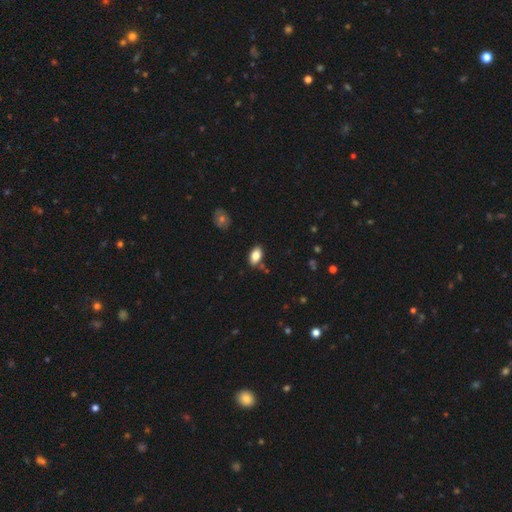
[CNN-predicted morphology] Smooth or featured?
  - smooth: 84% *
  - featured or disk: 9%
  - star or artifact: 8%
How rounded?
  - in between: 93% *
  - round: 5%
  - cigar-shaped: 3%
Merging?
  - none: 80% *
  - minor disturbance: 13%
  - merger: 4%
  - major disturbance: 3%